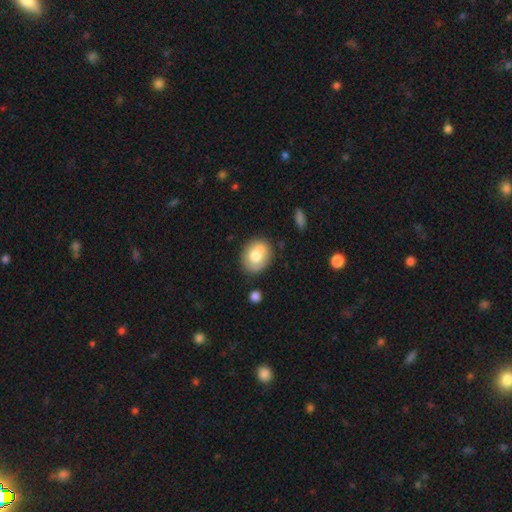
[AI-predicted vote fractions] Smooth or featured? smooth (69%)
How rounded? round (54%)
Merging? none (74%)